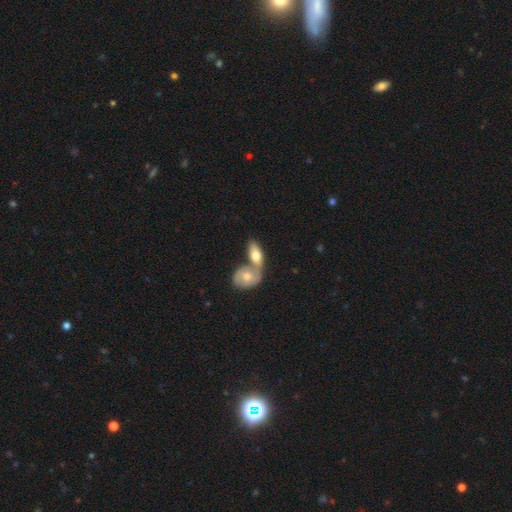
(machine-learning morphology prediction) This appears to be a smooth galaxy with no disk features (62%) that is in between round and cigar-shaped (82%). Merging: merger (66%).